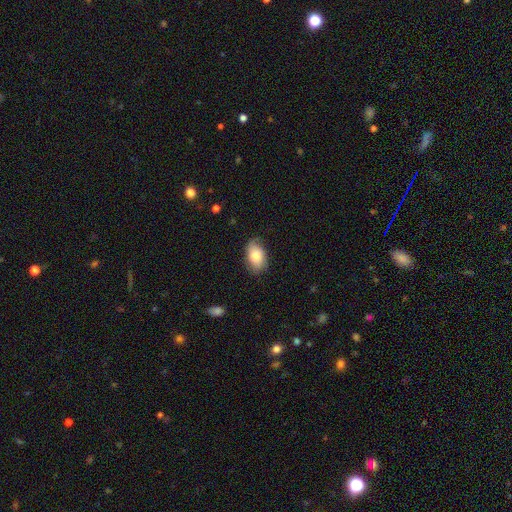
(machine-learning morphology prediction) A smooth galaxy with no disk features (75%) that is in between round and cigar-shaped (91%).

Vote fractions:
- Smooth or featured? smooth: 75% / featured or disk: 18% / star or artifact: 7%
- How rounded? in between: 91% / round: 8% / cigar-shaped: 2%
- Merging? none: 73% / minor disturbance: 21% / major disturbance: 5% / merger: 1%